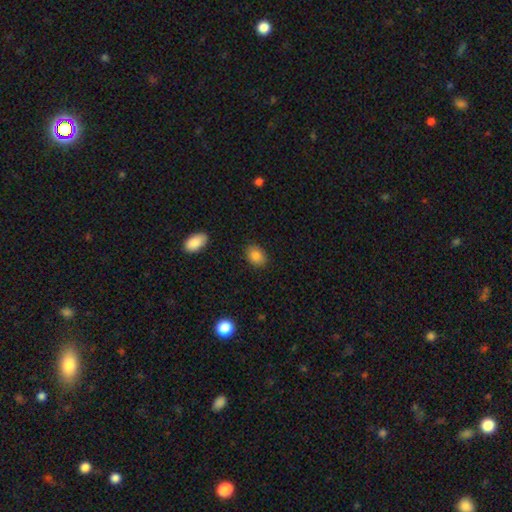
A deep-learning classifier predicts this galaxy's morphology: Smooth or featured: smooth — 85% (star or artifact — 9%)
How rounded: in between — 72% (round — 27%)
Merging: none — 85% (minor disturbance — 11%)